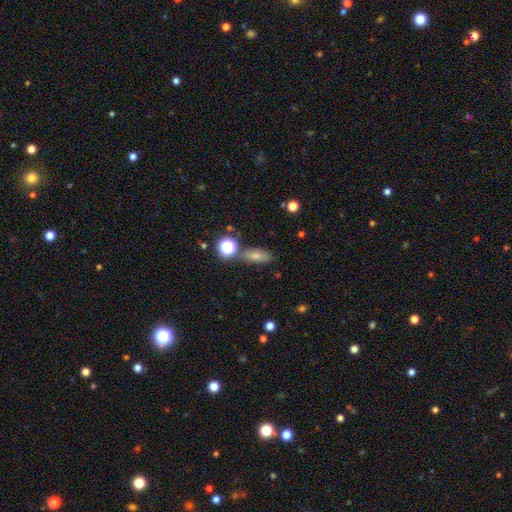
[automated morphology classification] smooth 74%, star or artifact 15%, featured or disk 12%. Down the decision tree: how rounded — in between (74%); merging — none (72%).